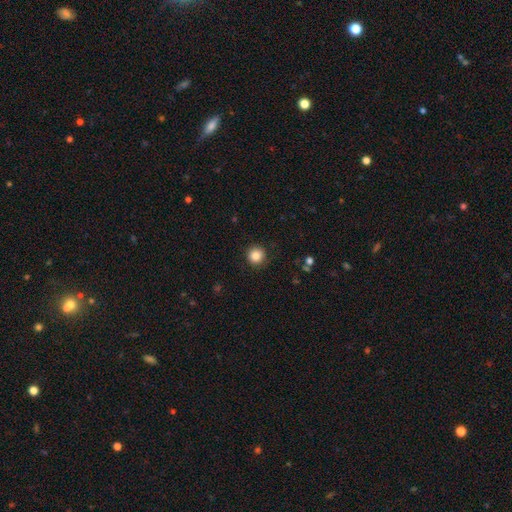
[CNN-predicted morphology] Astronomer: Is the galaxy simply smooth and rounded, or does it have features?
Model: smooth — 86%.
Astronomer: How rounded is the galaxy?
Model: round — 94%.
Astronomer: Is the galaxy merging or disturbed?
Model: none — 90%.